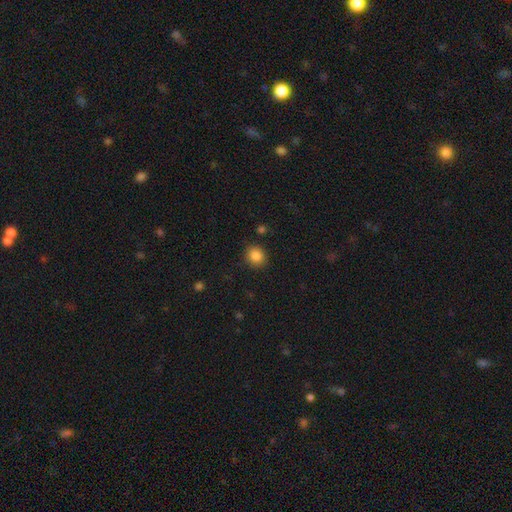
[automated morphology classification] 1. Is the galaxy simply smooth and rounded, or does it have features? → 86% smooth, 10% star or artifact, 4% featured or disk.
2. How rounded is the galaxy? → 81% round, 18% in between, 1% cigar-shaped.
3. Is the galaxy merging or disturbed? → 88% none, 8% minor disturbance, 2% major disturbance, 2% merger.